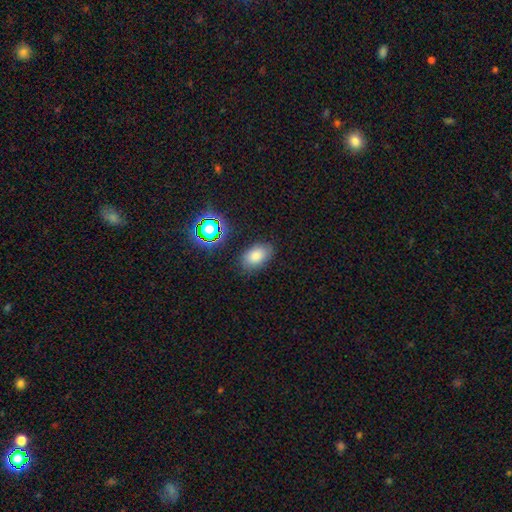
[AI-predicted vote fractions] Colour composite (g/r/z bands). It shows a smooth galaxy with no disk features (76%) that is in between round and cigar-shaped (86%). Merging: none (82%).